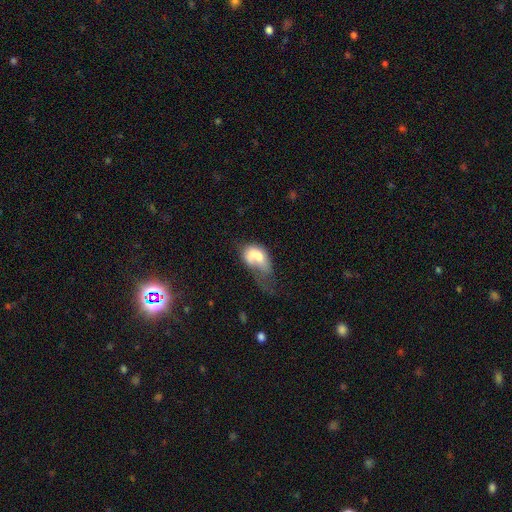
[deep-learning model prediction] The model was most divided on "merging": major disturbance: 43%, merger: 27%, minor disturbance: 16%, none: 14%. More confident: how rounded — in between (85%); smooth or featured — smooth (57%).